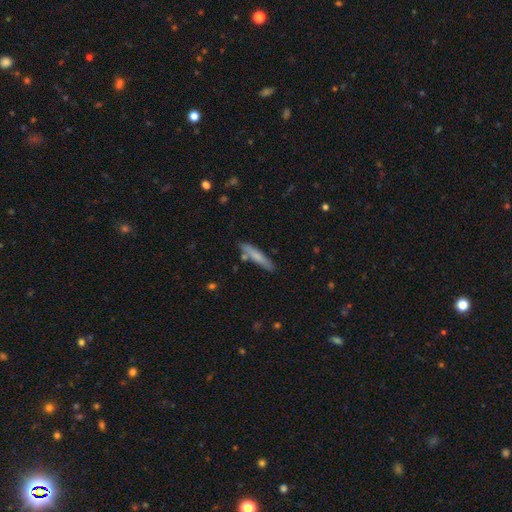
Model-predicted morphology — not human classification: The model was most divided on "smooth or featured": smooth: 70%, featured or disk: 24%, star or artifact: 6%. More confident: how rounded — cigar-shaped (90%); merging — none (80%).